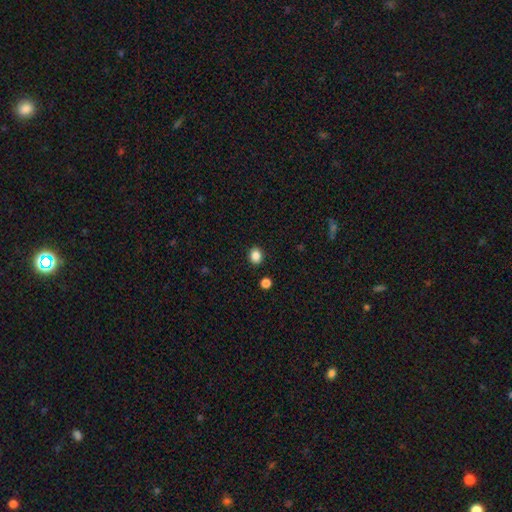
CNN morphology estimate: type=smooth (86%); roundness=round (57%); merging=none (90%).